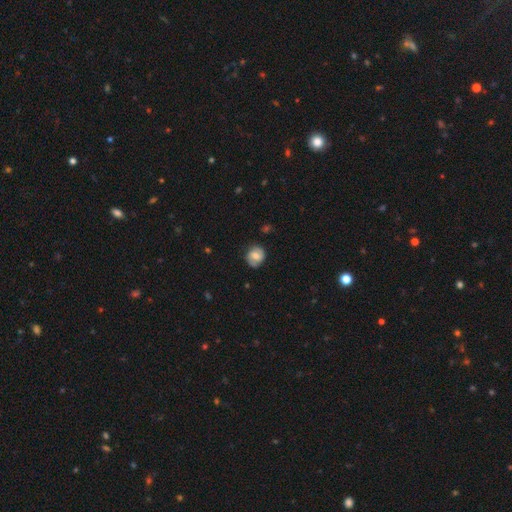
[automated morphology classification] Q: Smooth or featured?
A: smooth (51%); runner-up: featured or disk (40%)
Q: How rounded?
A: round (73%); runner-up: in between (25%)
Q: Merging?
A: none (78%); runner-up: minor disturbance (16%)